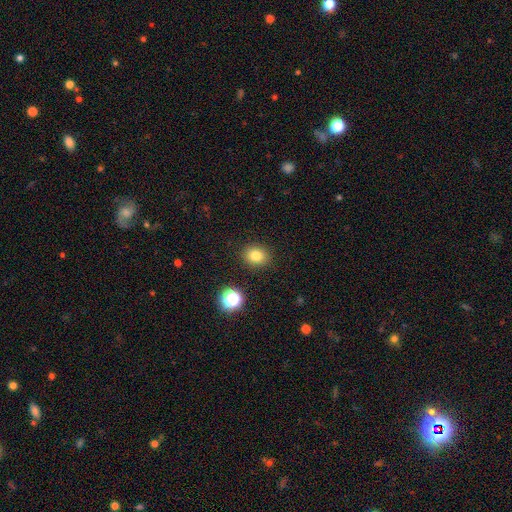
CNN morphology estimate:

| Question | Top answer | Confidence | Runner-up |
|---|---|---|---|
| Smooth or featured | smooth | 79% | star or artifact (14%) |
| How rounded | round | 66% | in between (33%) |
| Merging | none | 89% | minor disturbance (7%) |